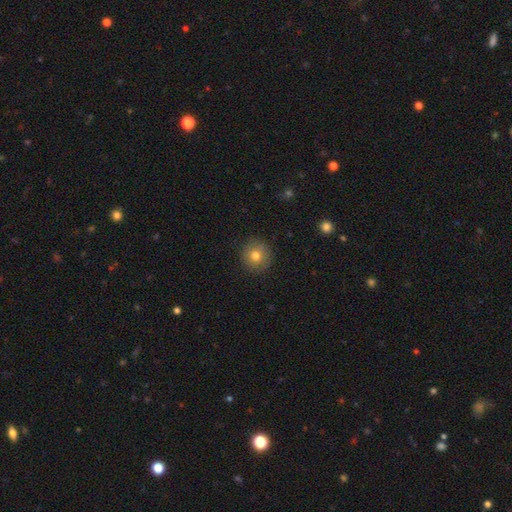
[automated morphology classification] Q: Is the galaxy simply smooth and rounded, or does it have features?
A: smooth — 77%.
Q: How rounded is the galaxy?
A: round — 94%.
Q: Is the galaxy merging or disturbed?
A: none — 90%.